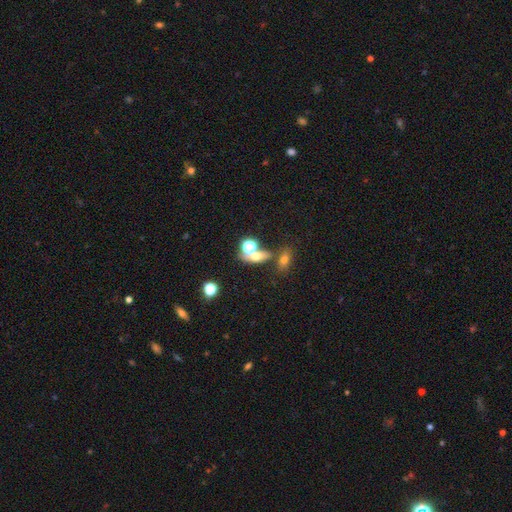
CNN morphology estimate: smooth-or-featured: smooth: 59% | star or artifact: 22% | featured or disk: 19%
  how-rounded: in between: 59% | round: 32% | cigar-shaped: 9%
  merging: none: 46% | merger: 37% | minor disturbance: 11% | major disturbance: 6%